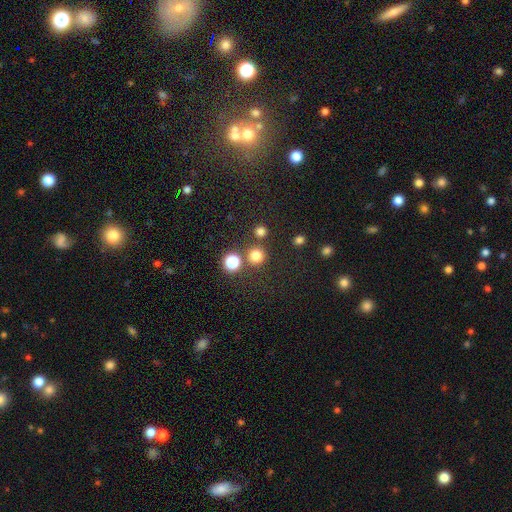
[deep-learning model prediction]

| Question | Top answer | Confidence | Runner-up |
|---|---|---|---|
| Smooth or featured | smooth | 77% | star or artifact (18%) |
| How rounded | round | 93% | in between (6%) |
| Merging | none | 79% | merger (12%) |